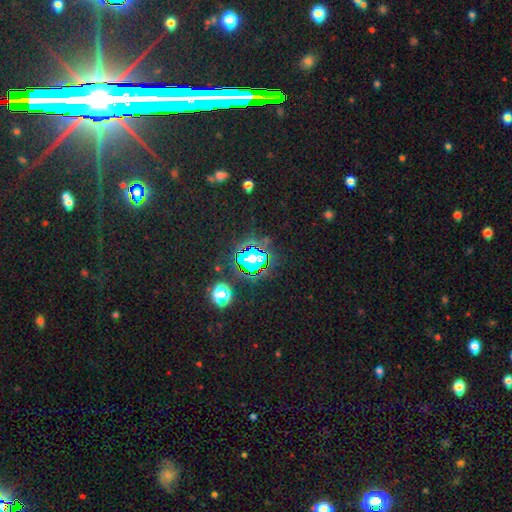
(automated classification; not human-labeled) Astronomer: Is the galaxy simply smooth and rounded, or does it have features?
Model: star or artifact — 66%.